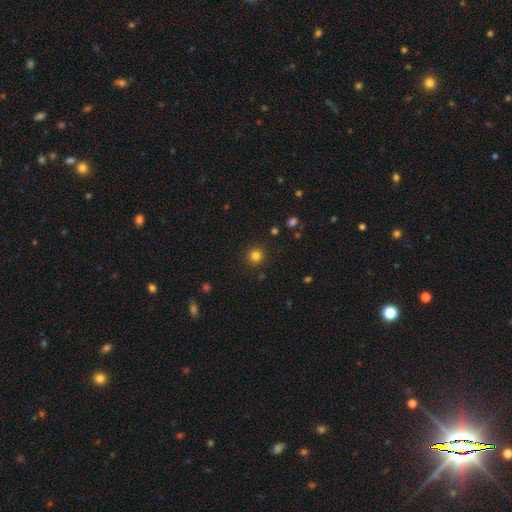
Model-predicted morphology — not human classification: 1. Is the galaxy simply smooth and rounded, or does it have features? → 81% smooth, 14% star or artifact, 5% featured or disk.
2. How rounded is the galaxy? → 94% round, 5% in between, 1% cigar-shaped.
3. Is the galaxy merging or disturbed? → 91% none, 6% minor disturbance, 2% major disturbance, 1% merger.